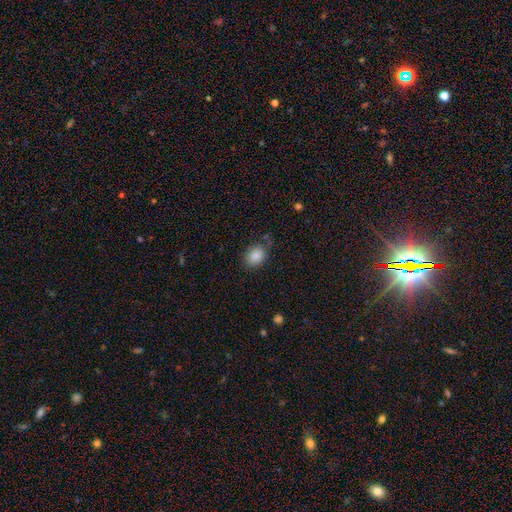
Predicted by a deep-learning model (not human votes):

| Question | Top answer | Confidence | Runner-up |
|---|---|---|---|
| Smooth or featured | smooth | 87% | star or artifact (8%) |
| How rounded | in between | 65% | round (34%) |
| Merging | none | 77% | minor disturbance (16%) |